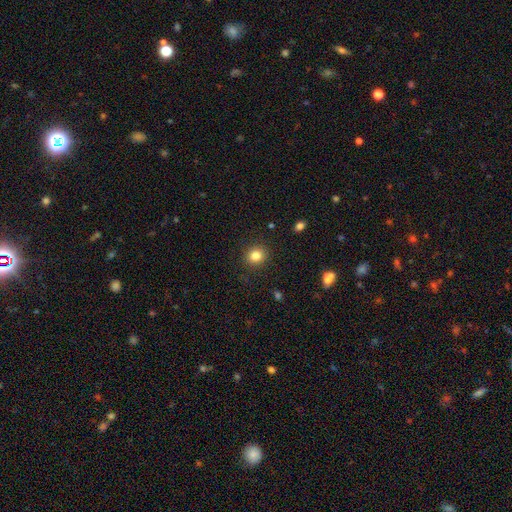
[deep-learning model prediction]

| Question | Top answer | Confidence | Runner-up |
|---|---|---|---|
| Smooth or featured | smooth | 83% | star or artifact (11%) |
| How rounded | round | 83% | in between (16%) |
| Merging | none | 90% | minor disturbance (6%) |